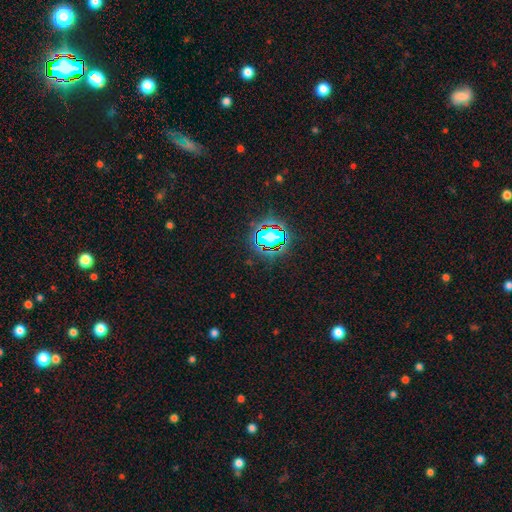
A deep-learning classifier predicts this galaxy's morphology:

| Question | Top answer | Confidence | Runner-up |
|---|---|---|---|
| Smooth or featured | star or artifact | 81% | smooth (11%) |